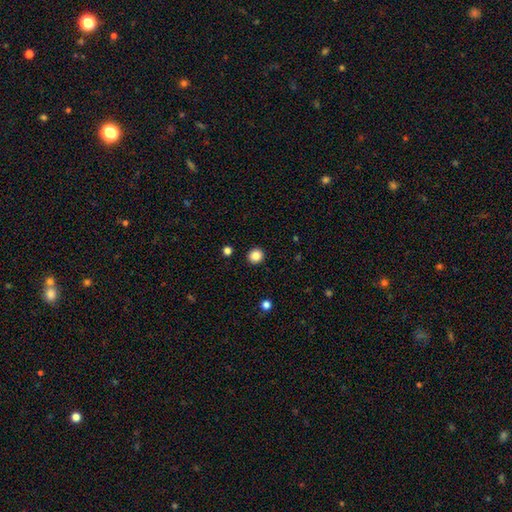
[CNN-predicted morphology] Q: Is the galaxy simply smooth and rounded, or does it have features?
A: smooth — 85%.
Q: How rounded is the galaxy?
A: round — 92%.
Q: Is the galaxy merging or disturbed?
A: none — 93%.